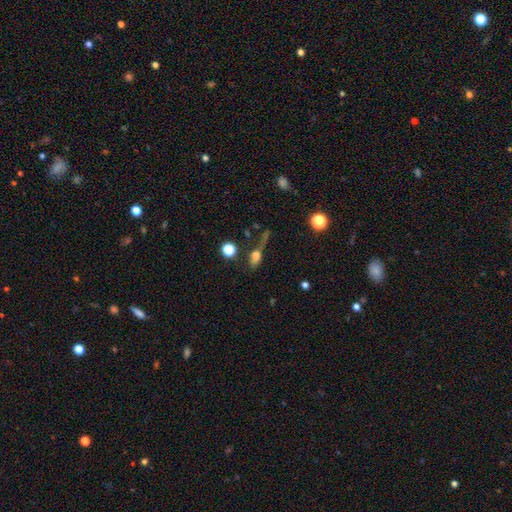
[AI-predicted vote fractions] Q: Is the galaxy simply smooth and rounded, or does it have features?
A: smooth — 61%.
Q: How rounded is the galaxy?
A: in between — 57%.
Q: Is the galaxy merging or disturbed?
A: none — 36%.